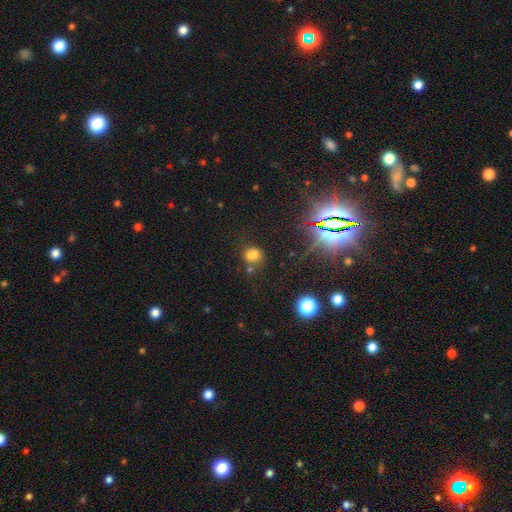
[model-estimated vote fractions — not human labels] smooth-or-featured: smooth: 54% | star or artifact: 37% | featured or disk: 10%
  how-rounded: round: 63% | in between: 35% | cigar-shaped: 2%
  merging: none: 61% | merger: 17% | minor disturbance: 15% | major disturbance: 7%